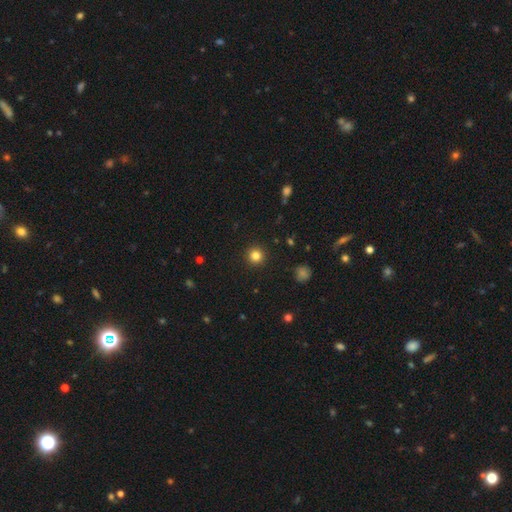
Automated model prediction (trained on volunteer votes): Smooth or featured: smooth — 82% (star or artifact — 12%)
How rounded: round — 96% (in between — 3%)
Merging: none — 93% (minor disturbance — 5%)